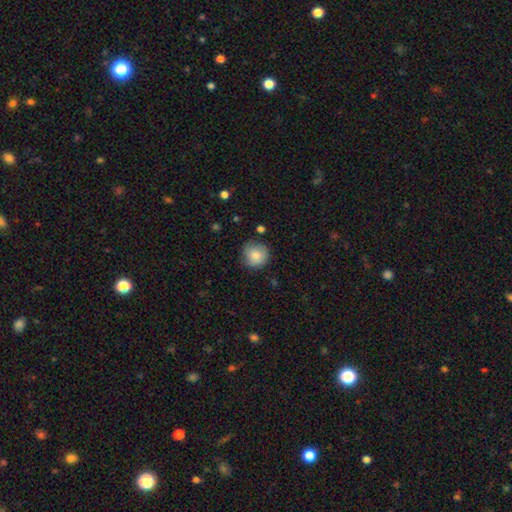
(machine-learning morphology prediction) A smooth galaxy with no disk features (82%) that is round (92%). Merging: none (78%).